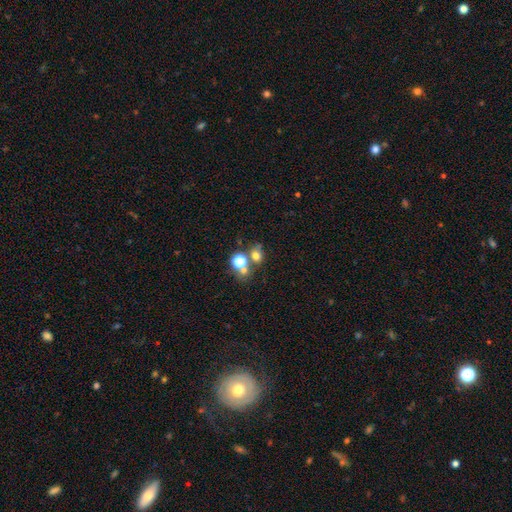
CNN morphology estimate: A smooth galaxy with no disk features (65%) that is round (68%).

Vote fractions:
- Smooth or featured? smooth: 65% / star or artifact: 23% / featured or disk: 13%
- How rounded? round: 68% / in between: 31% / cigar-shaped: 1%
- Merging? none: 51% / merger: 33% / minor disturbance: 10% / major disturbance: 6%